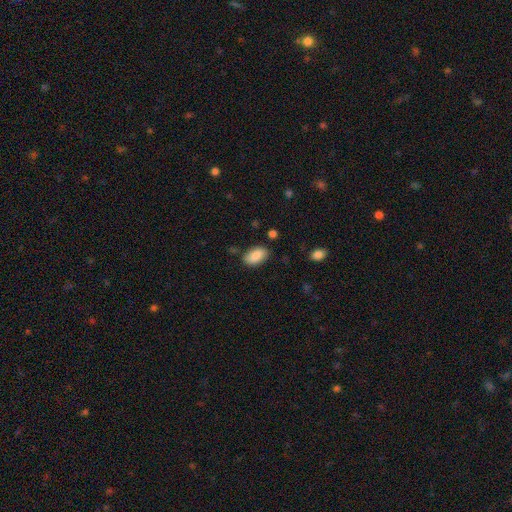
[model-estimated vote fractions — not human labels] Morphology: type=smooth (87%); roundness=in between (93%); merging=none (81%).